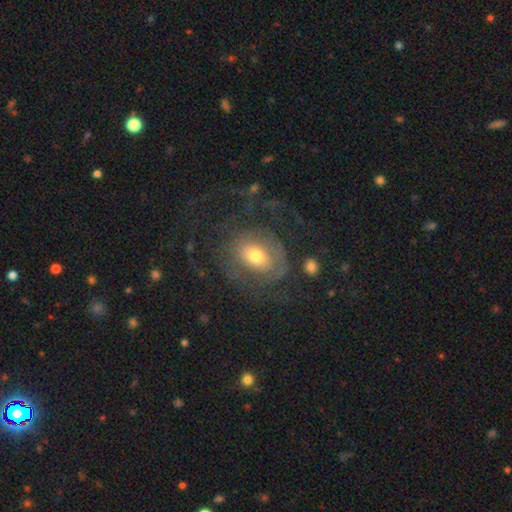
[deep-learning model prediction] Q: Smooth or featured?
A: featured or disk (59%); runner-up: smooth (31%)
Q: Edge-on disk?
A: no (96%); runner-up: yes (4%)
Q: Bar?
A: no (68%); runner-up: weak (24%)
Q: Spiral arms?
A: yes (65%); runner-up: no (35%)
Q: Bulge size?
A: moderate (64%); runner-up: small (24%)
Q: Merging?
A: none (53%); runner-up: major disturbance (28%)